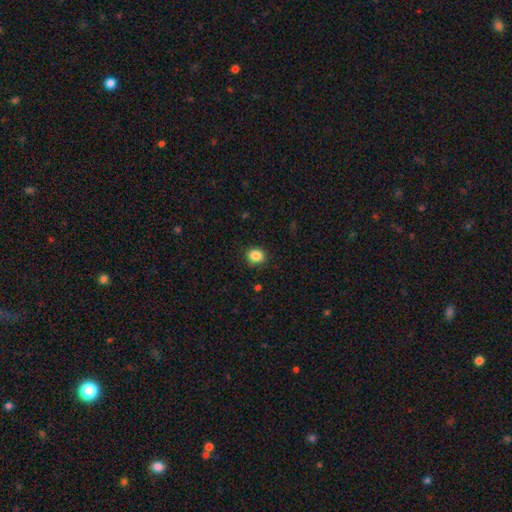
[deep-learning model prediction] Smooth or featured? Predicted: smooth (p=0.86). How rounded? Predicted: round (p=0.67). Merging? Predicted: none (p=0.87).